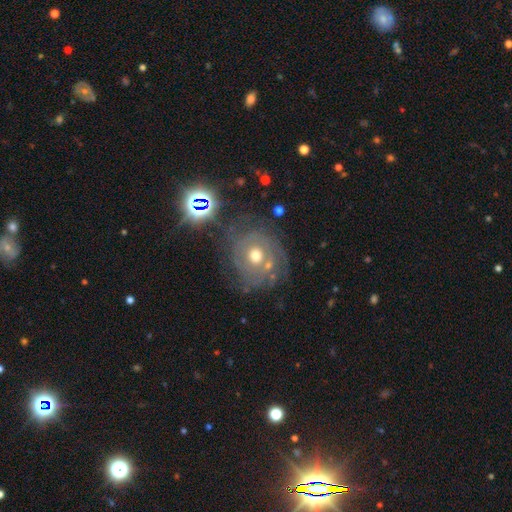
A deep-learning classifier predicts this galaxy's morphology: smooth_or_featured: featured or disk (p=0.66) [alt: smooth p=0.21]
disk_edge_on: no (p=0.97) [alt: yes p=0.03]
bar: no (p=0.85) [alt: weak p=0.12]
has_spiral_arms: yes (p=0.70) [alt: no p=0.30]
bulge_size: moderate (p=0.75) [alt: small p=0.11]
merging: none (p=0.63) [alt: minor disturbance p=0.18]